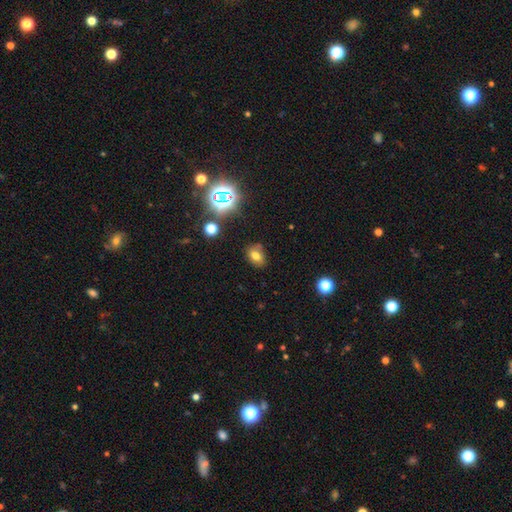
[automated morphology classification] Smooth or featured? Predicted: smooth (p=0.71). How rounded? Predicted: in between (p=0.71). Merging? Predicted: none (p=0.73).